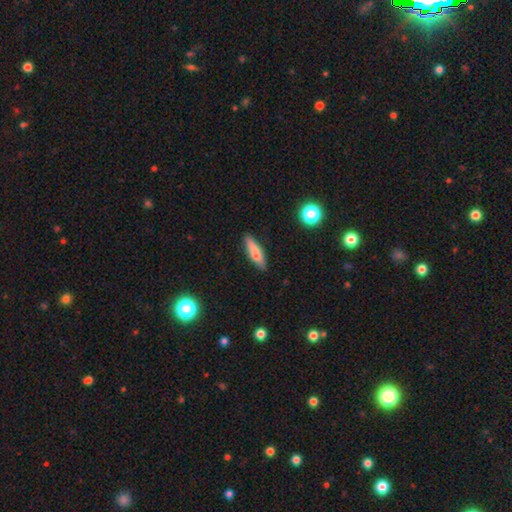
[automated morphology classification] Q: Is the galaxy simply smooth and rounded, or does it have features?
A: smooth — 70%.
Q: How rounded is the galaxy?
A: cigar-shaped — 71%.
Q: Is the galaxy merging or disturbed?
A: none — 85%.